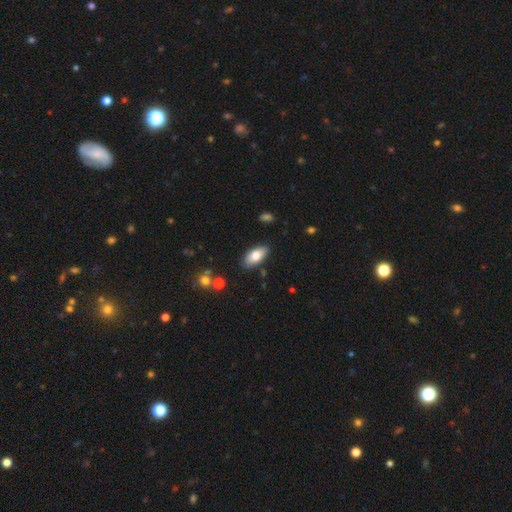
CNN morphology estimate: smooth-or-featured: smooth: 76% | featured or disk: 17% | star or artifact: 7%
  how-rounded: in between: 90% | cigar-shaped: 7% | round: 3%
  merging: none: 84% | minor disturbance: 12% | major disturbance: 2% | merger: 2%